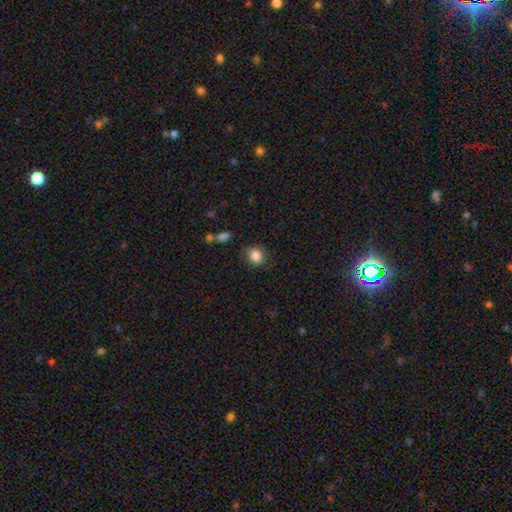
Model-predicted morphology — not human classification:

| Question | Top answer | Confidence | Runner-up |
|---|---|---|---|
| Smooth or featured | smooth | 85% | star or artifact (10%) |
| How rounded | round | 73% | in between (26%) |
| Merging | none | 84% | minor disturbance (11%) |